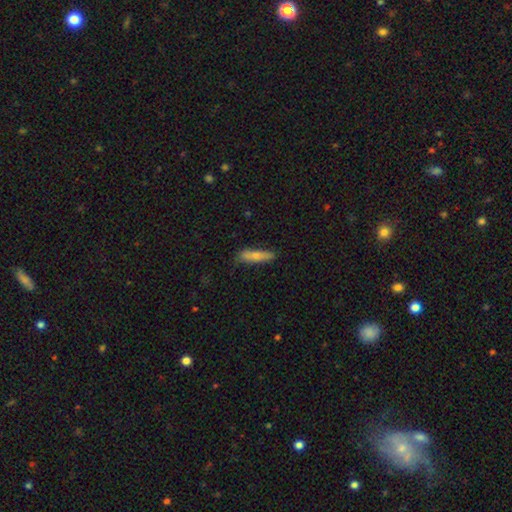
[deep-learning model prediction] This is likely a smooth galaxy (66%). How rounded: likely cigar-shaped (71%). Merging: likely none (74%).